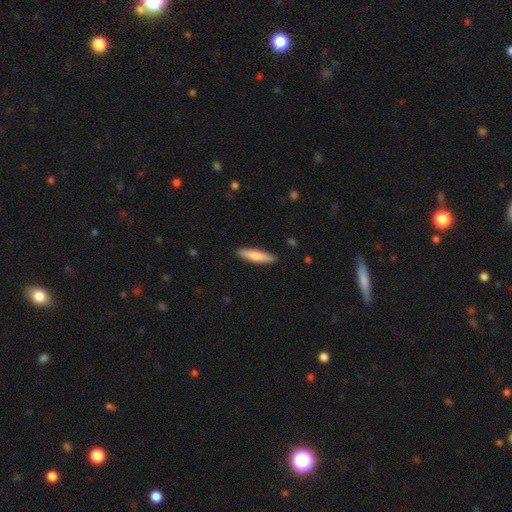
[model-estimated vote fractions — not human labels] smooth_or_featured: smooth (p=0.76) [alt: featured or disk p=0.18]
how_rounded: cigar-shaped (p=0.75) [alt: in between p=0.24]
merging: none (p=0.89) [alt: minor disturbance p=0.08]